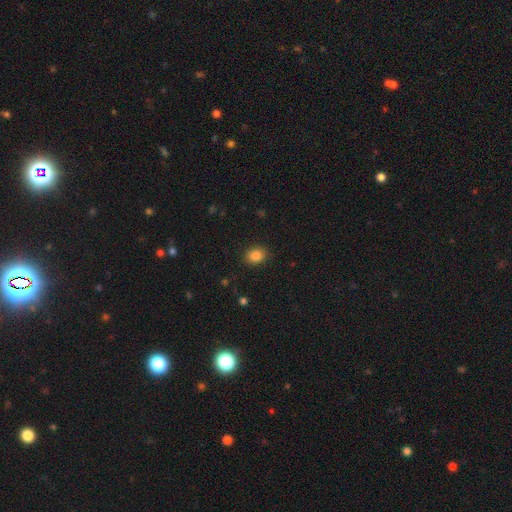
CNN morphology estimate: Smooth or featured: smooth — 85% (star or artifact — 10%)
How rounded: in between — 53% (round — 46%)
Merging: none — 88% (minor disturbance — 9%)